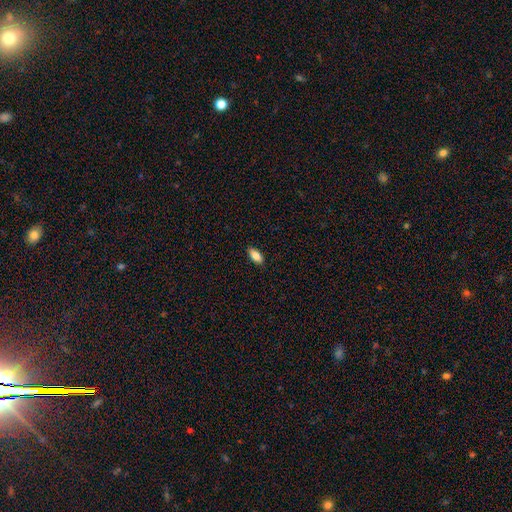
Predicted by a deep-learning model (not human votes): This is clearly a smooth galaxy (86%). How rounded: clearly in between (88%). Merging: clearly none (88%).